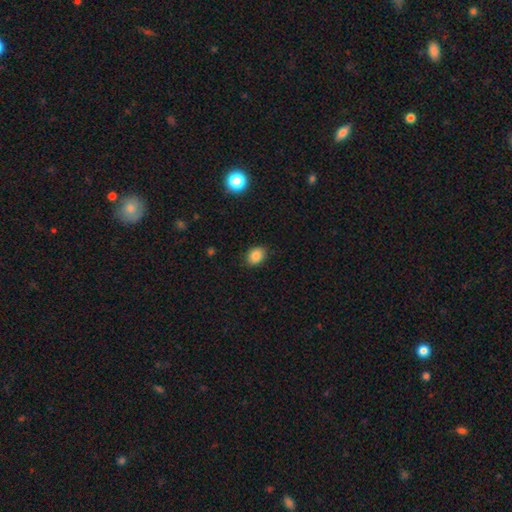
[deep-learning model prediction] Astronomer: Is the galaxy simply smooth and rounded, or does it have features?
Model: smooth — 84%.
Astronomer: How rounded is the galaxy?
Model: in between — 60% (runner-up: round, 39%).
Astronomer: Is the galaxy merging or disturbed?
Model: none — 83%.